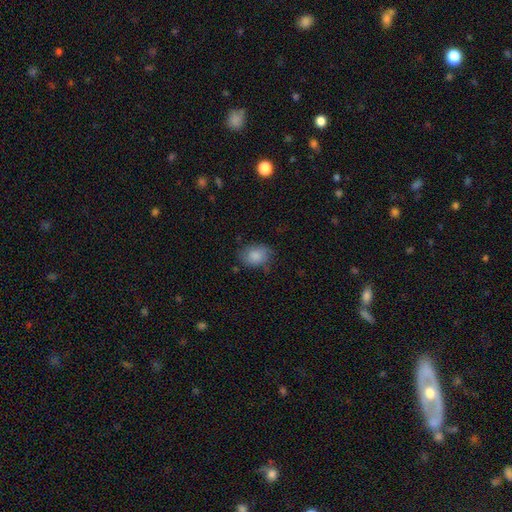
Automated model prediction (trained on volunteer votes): smooth-or-featured: smooth: 84% | featured or disk: 9% | star or artifact: 7%
  how-rounded: in between: 68% | round: 31% | cigar-shaped: 1%
  merging: none: 68% | minor disturbance: 24% | major disturbance: 6% | merger: 2%